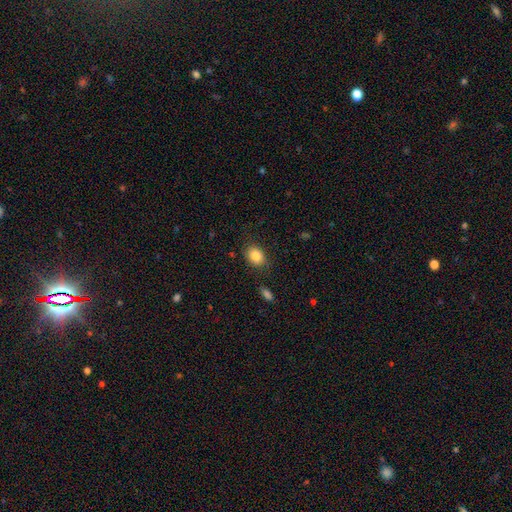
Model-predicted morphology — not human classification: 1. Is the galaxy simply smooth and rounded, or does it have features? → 85% smooth, 8% star or artifact, 6% featured or disk.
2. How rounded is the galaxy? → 68% in between, 31% round, 1% cigar-shaped.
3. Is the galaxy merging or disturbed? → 80% none, 14% minor disturbance, 4% major disturbance, 2% merger.